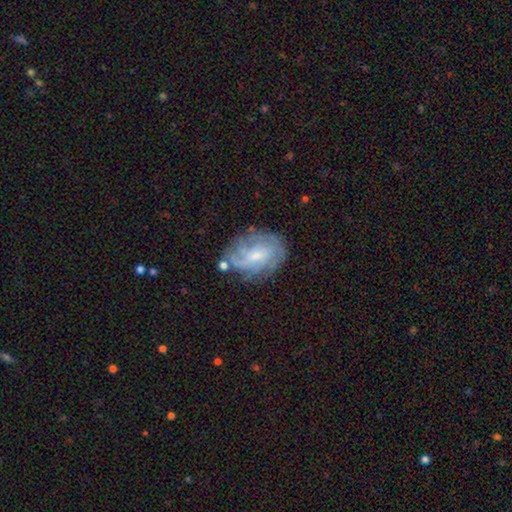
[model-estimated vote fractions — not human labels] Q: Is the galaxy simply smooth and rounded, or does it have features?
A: featured or disk — 73%.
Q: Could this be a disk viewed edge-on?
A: no — 97%.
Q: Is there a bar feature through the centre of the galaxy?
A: weak — 47%.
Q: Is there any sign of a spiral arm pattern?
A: yes — 86%.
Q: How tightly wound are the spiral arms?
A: tight — 51%.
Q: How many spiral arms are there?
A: can't tell — 45%.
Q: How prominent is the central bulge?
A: small — 64%.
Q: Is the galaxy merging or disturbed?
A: none — 66%.